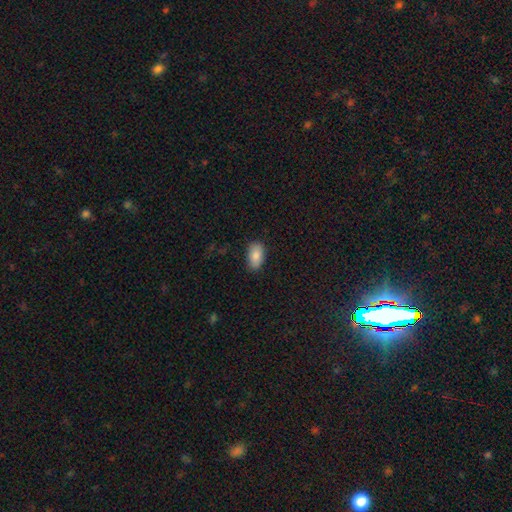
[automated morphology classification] type=smooth (87%); roundness=in between (93%); merging=none (85%).